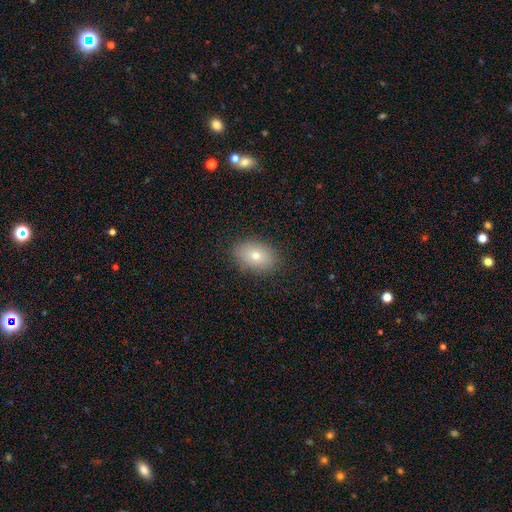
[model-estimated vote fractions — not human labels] Smooth or featured? smooth (75%)
How rounded? in between (80%)
Merging? none (87%)